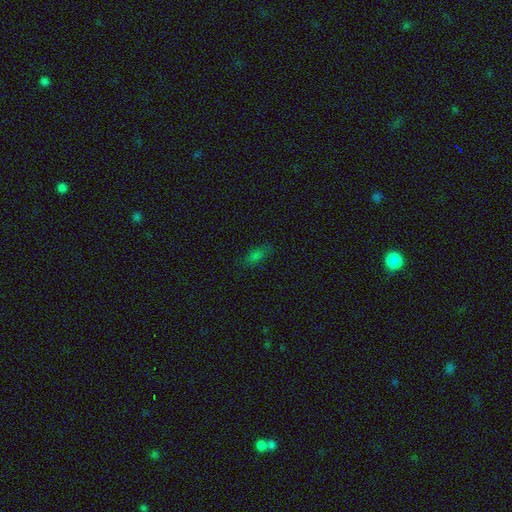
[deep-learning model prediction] Q: Smooth or featured?
A: smooth (70%); runner-up: star or artifact (19%)
Q: How rounded?
A: in between (68%); runner-up: cigar-shaped (27%)
Q: Merging?
A: none (80%); runner-up: minor disturbance (15%)